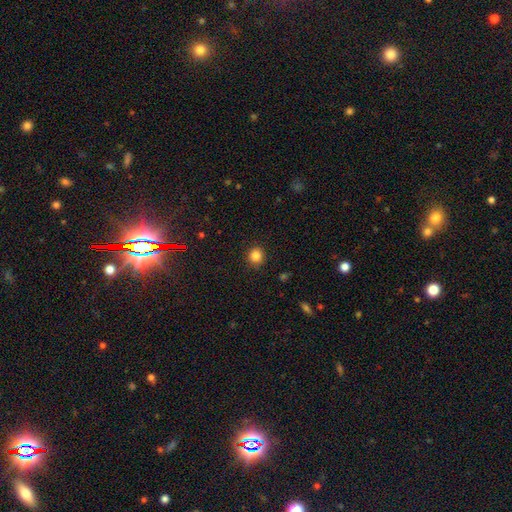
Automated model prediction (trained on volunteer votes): Smooth or featured: smooth — 84% (star or artifact — 12%)
How rounded: round — 93% (in between — 7%)
Merging: none — 91% (minor disturbance — 6%)